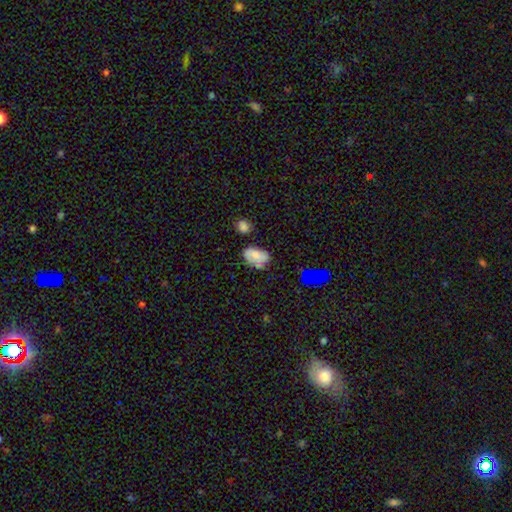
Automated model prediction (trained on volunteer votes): This is likely a smooth galaxy (68%). How rounded: clearly in between (88%). Merging: possibly none (50%).